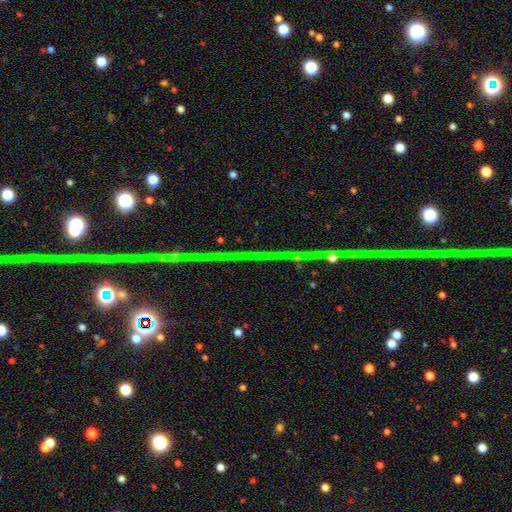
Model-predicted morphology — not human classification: star or artifact 81%, featured or disk 12%, smooth 7%.